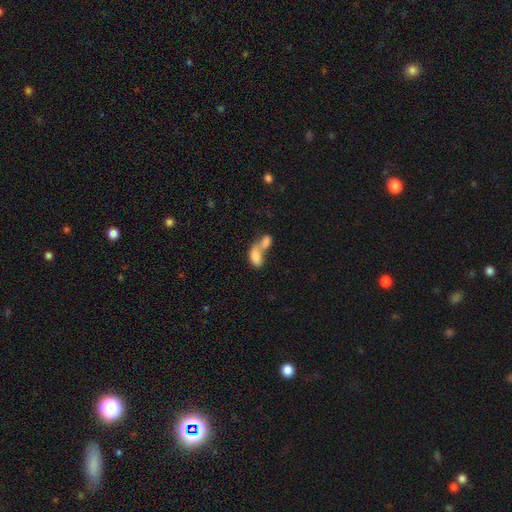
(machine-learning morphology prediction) smooth_or_featured: smooth (p=0.79) [alt: featured or disk p=0.13]
how_rounded: in between (p=0.90) [alt: round p=0.07]
merging: merger (p=0.77) [alt: none p=0.13]